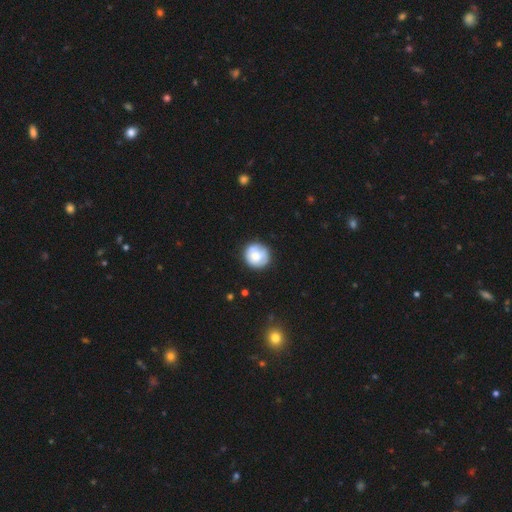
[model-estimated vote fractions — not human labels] A smooth galaxy with no disk features (71%) that is round (91%). Merging: none (77%).